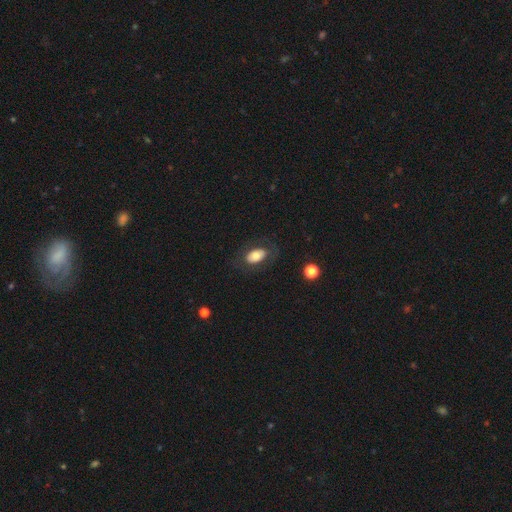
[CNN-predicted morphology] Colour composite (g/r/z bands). It shows a smooth galaxy with no disk features (70%) that is in between round and cigar-shaped (91%). Merging: none (78%).